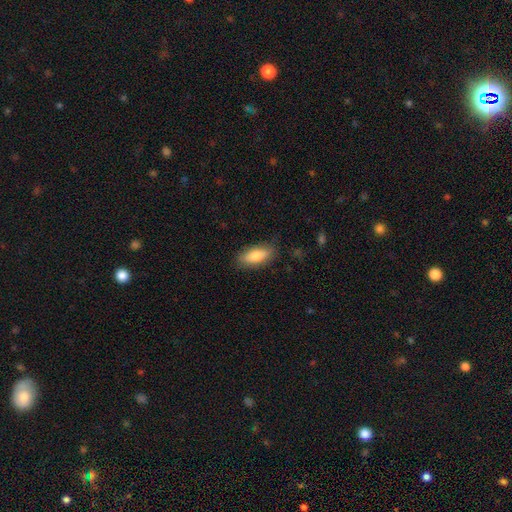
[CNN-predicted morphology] Smooth or featured?
  - smooth: 82% *
  - featured or disk: 12%
  - star or artifact: 6%
How rounded?
  - in between: 76% *
  - cigar-shaped: 22%
  - round: 2%
Merging?
  - none: 84% *
  - minor disturbance: 12%
  - major disturbance: 3%
  - merger: 1%